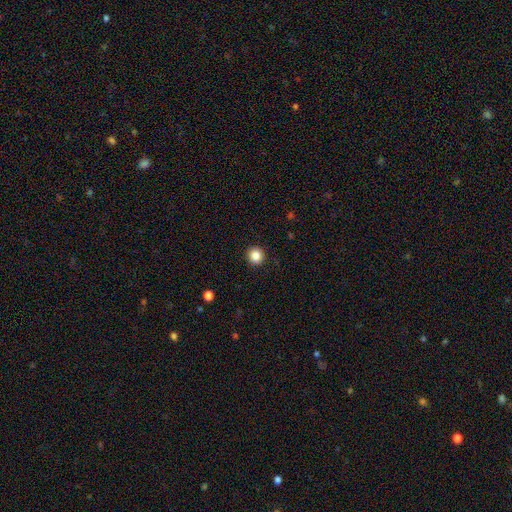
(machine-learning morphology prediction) This appears to be a smooth galaxy with no disk features (86%) that is round (94%). Merging: none (93%).